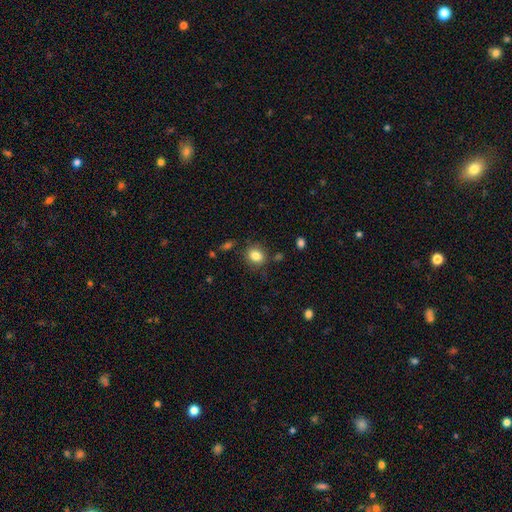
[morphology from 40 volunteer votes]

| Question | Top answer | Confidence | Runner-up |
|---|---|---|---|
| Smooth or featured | smooth | 90% | featured or disk (5%) |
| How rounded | round | 56% | in between (44%) |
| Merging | none | 87% | minor disturbance (5%) |